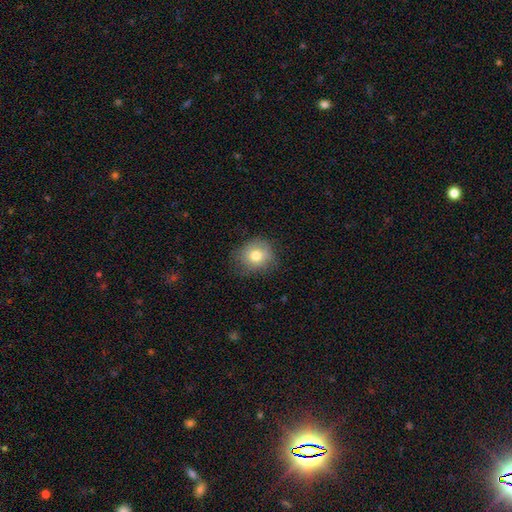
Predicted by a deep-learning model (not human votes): Morphology: type=smooth (76%); roundness=round (77%); merging=none (71%).